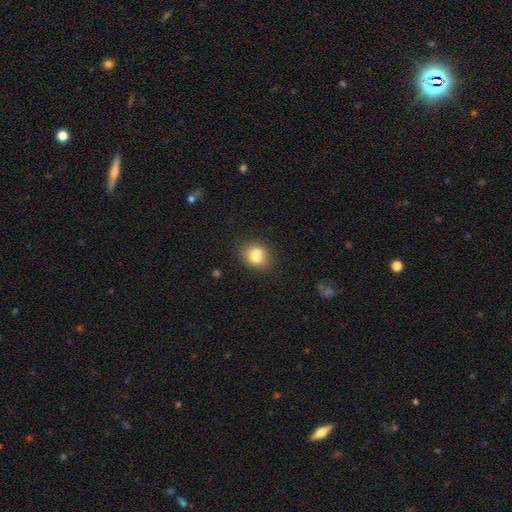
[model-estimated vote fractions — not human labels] Smooth or featured: smooth — 73% (featured or disk — 18%)
How rounded: round — 55% (in between — 44%)
Merging: none — 47% (merger — 35%)